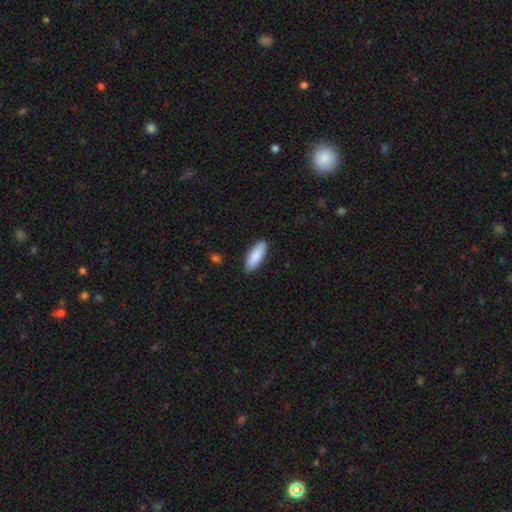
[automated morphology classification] A smooth galaxy with no disk features (89%) that is in between round and cigar-shaped (76%).

Vote fractions:
- Smooth or featured? smooth: 89% / featured or disk: 6% / star or artifact: 5%
- How rounded? in between: 76% / cigar-shaped: 22% / round: 2%
- Merging? none: 87% / minor disturbance: 11% / major disturbance: 2% / merger: 1%